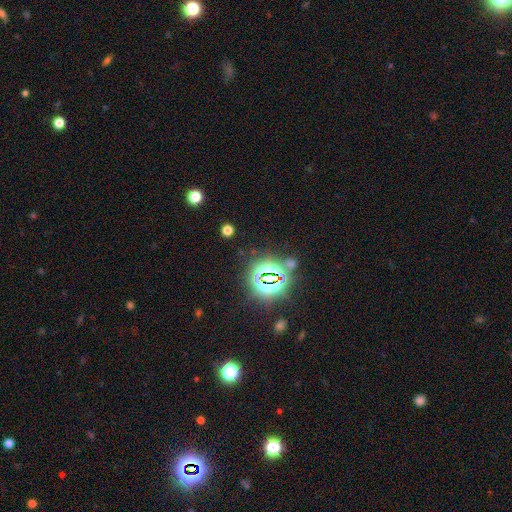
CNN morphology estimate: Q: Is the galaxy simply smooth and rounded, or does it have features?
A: star or artifact — 80%.